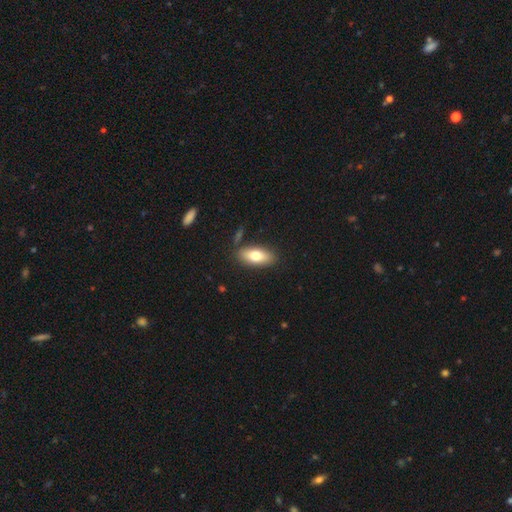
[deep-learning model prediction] Smooth or featured?
  - smooth: 73% *
  - featured or disk: 20%
  - star or artifact: 7%
How rounded?
  - in between: 82% *
  - cigar-shaped: 15%
  - round: 3%
Merging?
  - none: 82% *
  - minor disturbance: 11%
  - merger: 4%
  - major disturbance: 3%